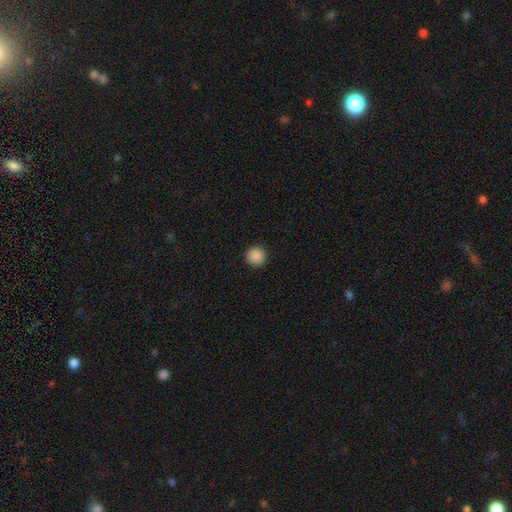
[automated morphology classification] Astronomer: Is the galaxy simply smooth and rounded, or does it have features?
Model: smooth — 89%.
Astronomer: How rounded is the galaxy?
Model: round — 96%.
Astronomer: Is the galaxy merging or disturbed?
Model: none — 93%.